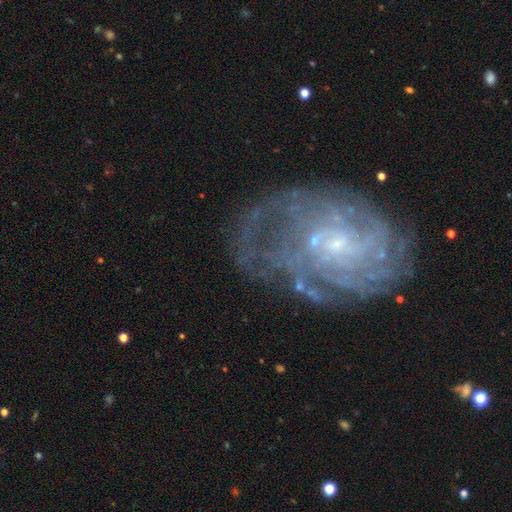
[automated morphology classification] smooth_or_featured: featured or disk (p=0.77) [alt: smooth p=0.12]
disk_edge_on: no (p=0.96) [alt: yes p=0.04]
bar: no (p=0.71) [alt: weak p=0.24]
has_spiral_arms: yes (p=0.82) [alt: no p=0.18]
spiral_winding: tight (p=0.60) [alt: medium p=0.27]
spiral_arm_count: can't tell (p=0.51) [alt: more than 4 p=0.13]
bulge_size: small (p=0.77) [alt: moderate p=0.13]
merging: none (p=0.65) [alt: minor disturbance p=0.18]